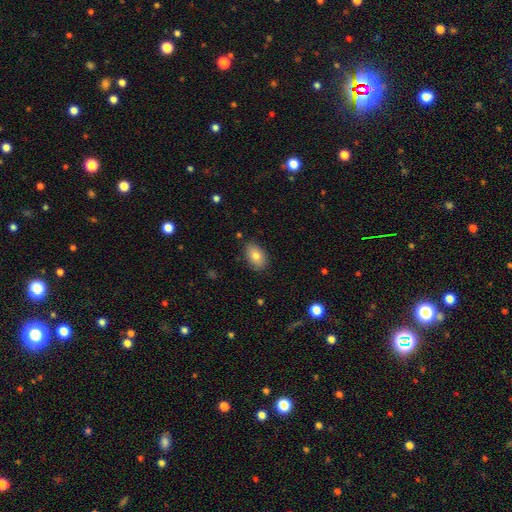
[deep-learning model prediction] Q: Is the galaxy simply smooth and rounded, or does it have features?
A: smooth — 80%.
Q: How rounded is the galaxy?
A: in between — 88%.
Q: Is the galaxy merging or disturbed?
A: none — 84%.